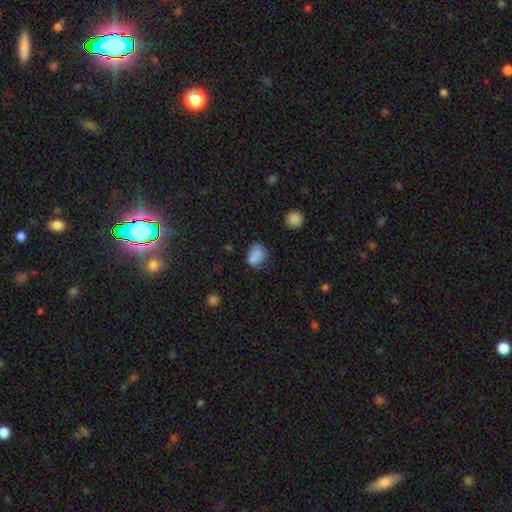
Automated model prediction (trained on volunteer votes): smooth_or_featured: smooth (p=0.81) [alt: star or artifact p=0.12]
how_rounded: in between (p=0.59) [alt: round p=0.39]
merging: none (p=0.60) [alt: minor disturbance p=0.26]